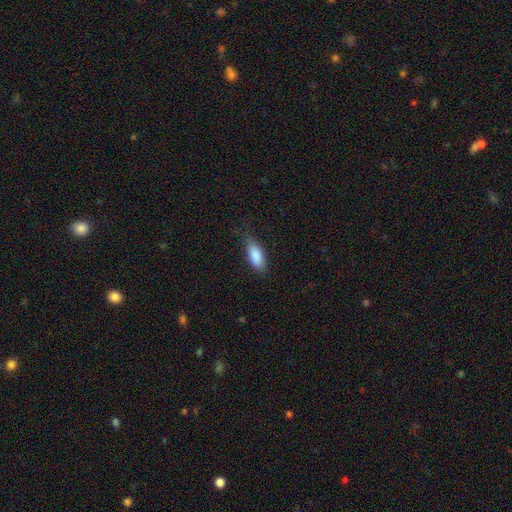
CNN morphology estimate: Smooth or featured: smooth — 86% (featured or disk — 8%)
How rounded: in between — 79% (cigar-shaped — 19%)
Merging: none — 69% (minor disturbance — 24%)